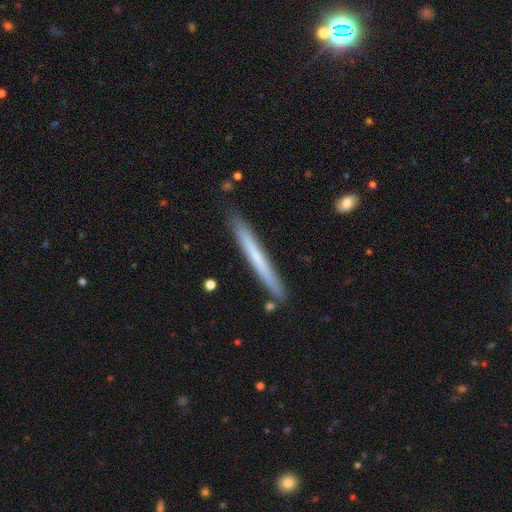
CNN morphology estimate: Smooth or featured?
  - smooth: 57% *
  - featured or disk: 37%
  - star or artifact: 6%
How rounded?
  - cigar-shaped: 97% *
  - in between: 2%
  - round: 1%
Merging?
  - none: 87% *
  - minor disturbance: 9%
  - merger: 2%
  - major disturbance: 2%